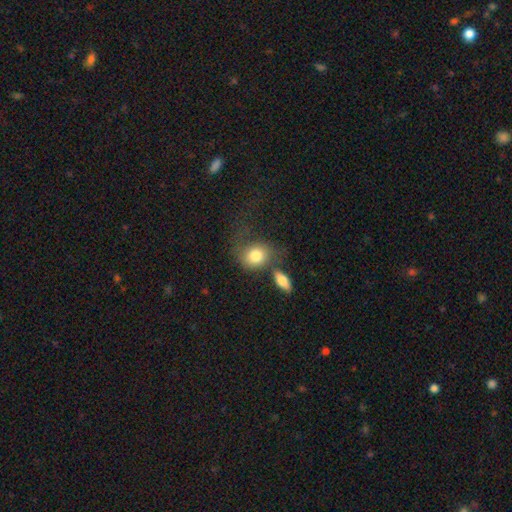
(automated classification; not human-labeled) smooth 80%, featured or disk 12%, star or artifact 8%. Down the decision tree: how rounded — round (54%); merging — none (41%).